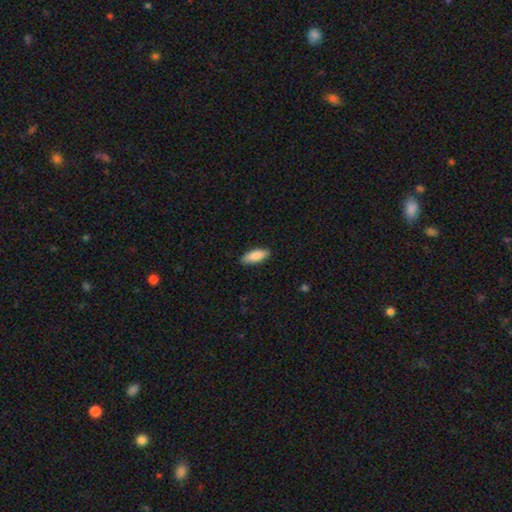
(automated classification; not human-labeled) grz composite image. It shows a smooth galaxy with no disk features (86%) that is in between round and cigar-shaped (73%). Merging: none (88%).